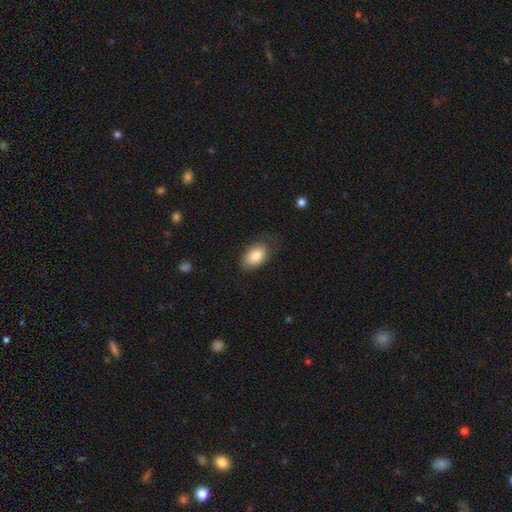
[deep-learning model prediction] Smooth or featured? smooth (85%)
How rounded? in between (91%)
Merging? none (72%)